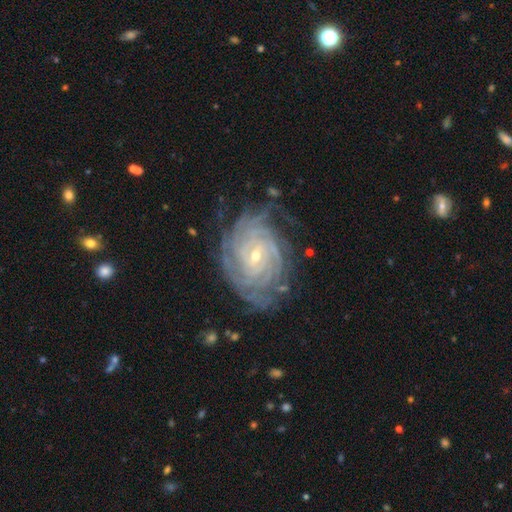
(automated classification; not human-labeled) This appears to be a featured or disk galaxy (91%) with a weak bar (44%), 4 (26%) tight (85%) spiral arms (98%) and a small central bulge (69%). Merging: none (72%).